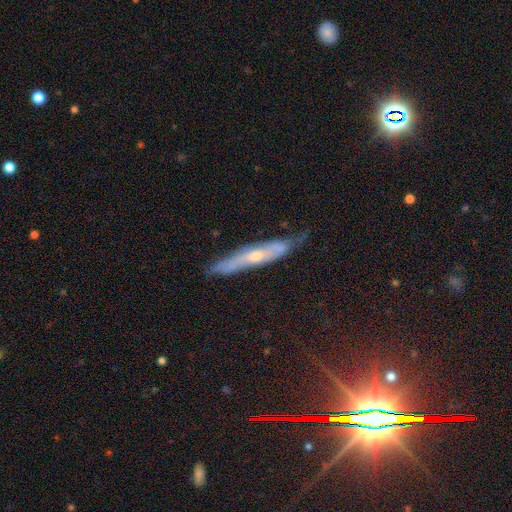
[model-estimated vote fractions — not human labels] A featured or disk galaxy (61%) viewed edge-on (69%). Merging: none (64%).